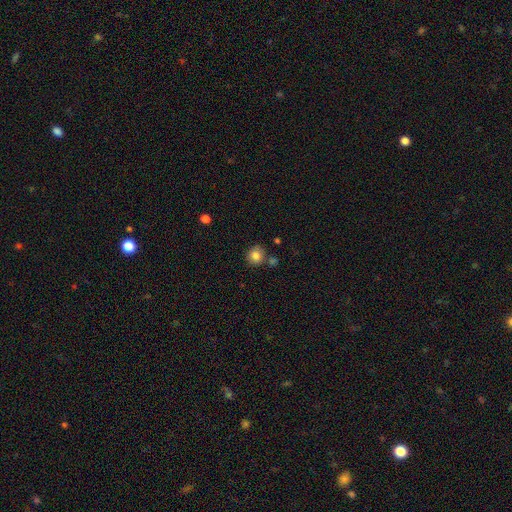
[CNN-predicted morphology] A smooth galaxy with no disk features (82%) that is round (88%). Merging: none (79%).